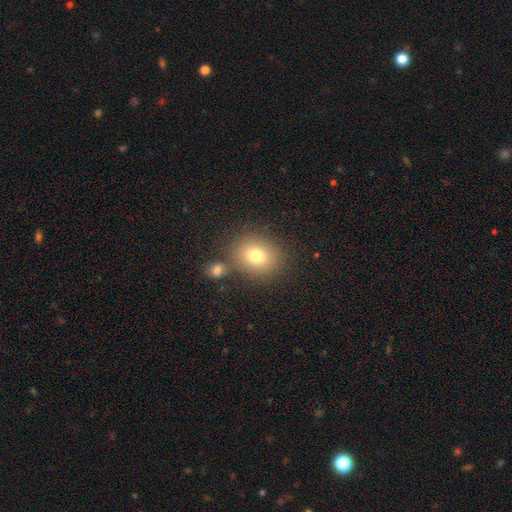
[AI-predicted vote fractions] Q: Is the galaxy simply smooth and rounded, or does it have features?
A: smooth — 77%.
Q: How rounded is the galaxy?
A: round — 59%.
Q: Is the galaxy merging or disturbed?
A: none — 69%.